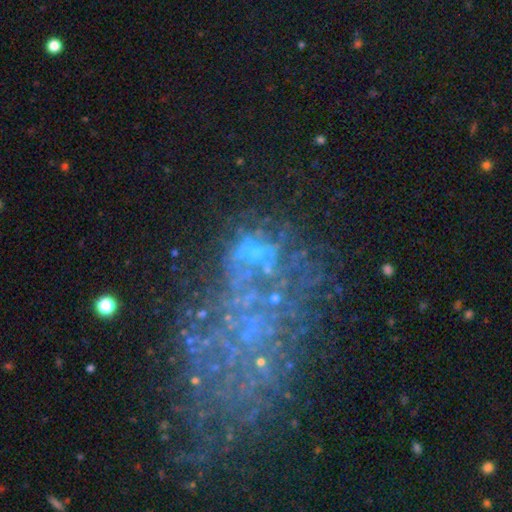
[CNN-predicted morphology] Q: Smooth or featured?
A: featured or disk (58%); runner-up: star or artifact (29%)
Q: Edge-on disk?
A: no (97%); runner-up: yes (3%)
Q: Bar?
A: no (88%); runner-up: weak (9%)
Q: Spiral arms?
A: no (75%); runner-up: yes (25%)
Q: Bulge size?
A: none (53%); runner-up: small (25%)
Q: Merging?
A: none (42%); runner-up: major disturbance (30%)